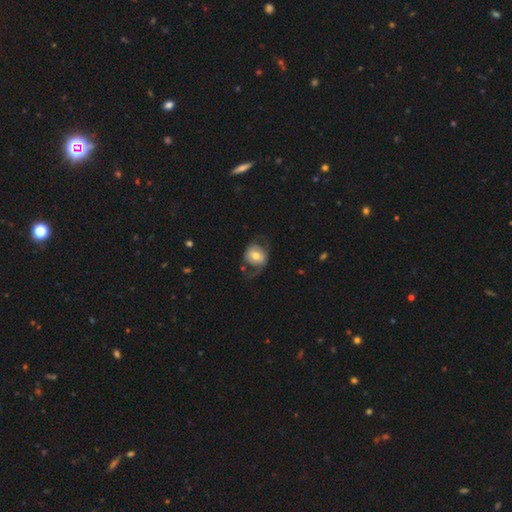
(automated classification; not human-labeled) smooth_or_featured: featured or disk (p=0.51) [alt: smooth p=0.42]
disk_edge_on: no (p=0.96) [alt: yes p=0.04]
merging: none (p=0.48) [alt: major disturbance p=0.30]